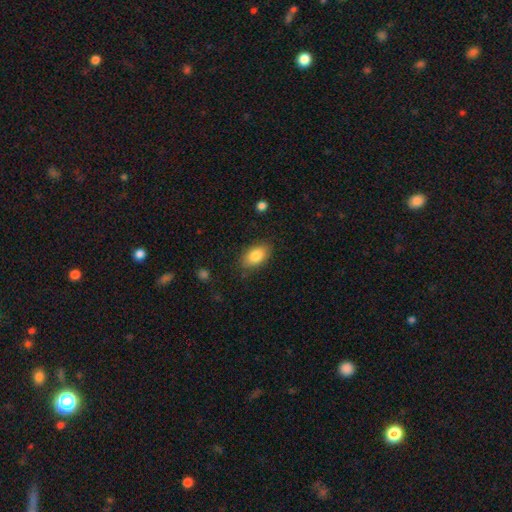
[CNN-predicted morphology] Q: Smooth or featured?
A: smooth (85%); runner-up: featured or disk (8%)
Q: How rounded?
A: in between (91%); runner-up: round (7%)
Q: Merging?
A: none (82%); runner-up: minor disturbance (13%)